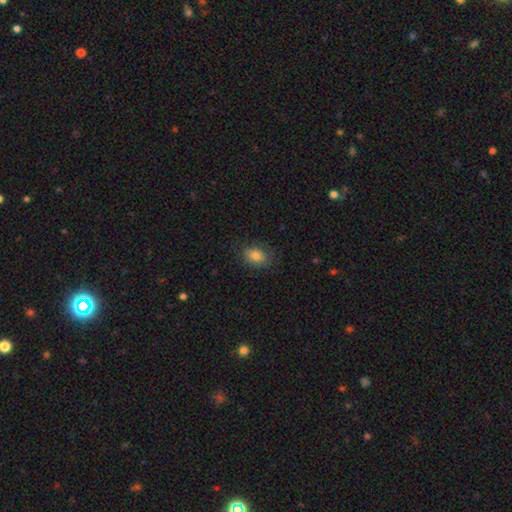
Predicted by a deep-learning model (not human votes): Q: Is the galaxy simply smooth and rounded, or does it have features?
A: smooth — 82%.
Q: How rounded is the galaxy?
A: in between — 70%.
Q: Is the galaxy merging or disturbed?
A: none — 82%.